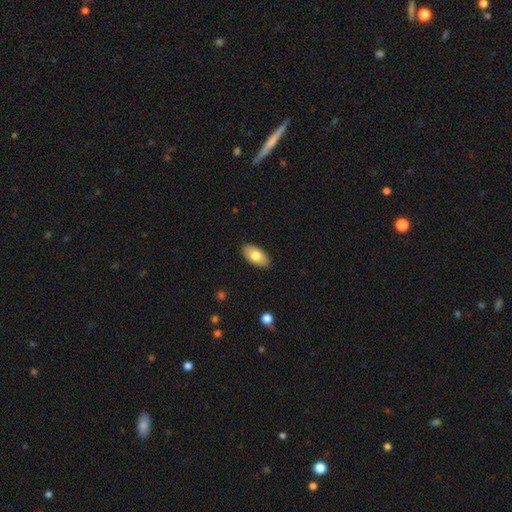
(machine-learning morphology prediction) Smooth or featured? smooth (76%)
How rounded? in between (94%)
Merging? none (89%)